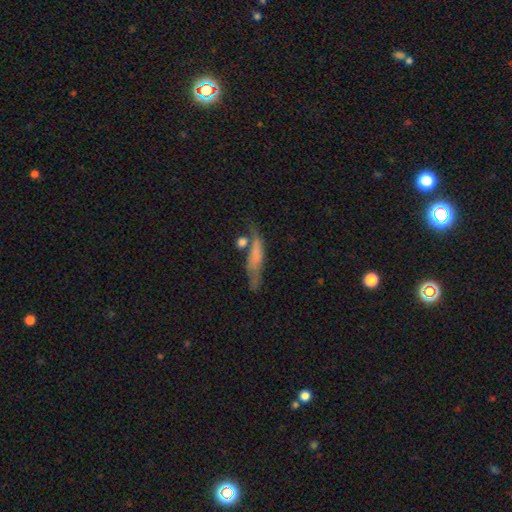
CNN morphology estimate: Overall: smooth (59%; featured or disk 31%). How rounded: cigar-shaped (74%). Merging: none (44%; minor disturbance 23%).